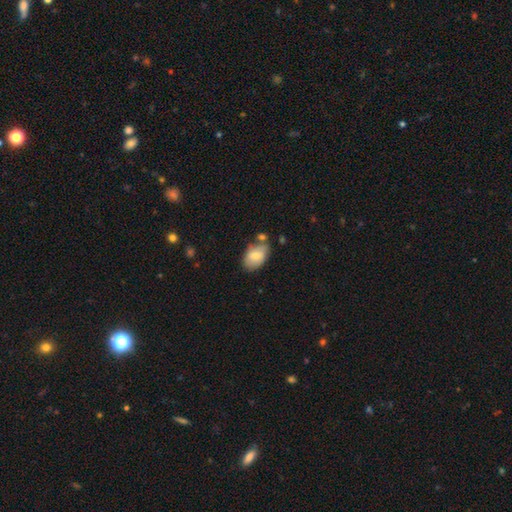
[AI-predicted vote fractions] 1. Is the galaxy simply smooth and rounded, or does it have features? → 74% smooth, 20% featured or disk, 7% star or artifact.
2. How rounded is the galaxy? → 88% in between, 11% round, 1% cigar-shaped.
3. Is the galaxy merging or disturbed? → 60% none, 22% minor disturbance, 13% merger, 5% major disturbance.